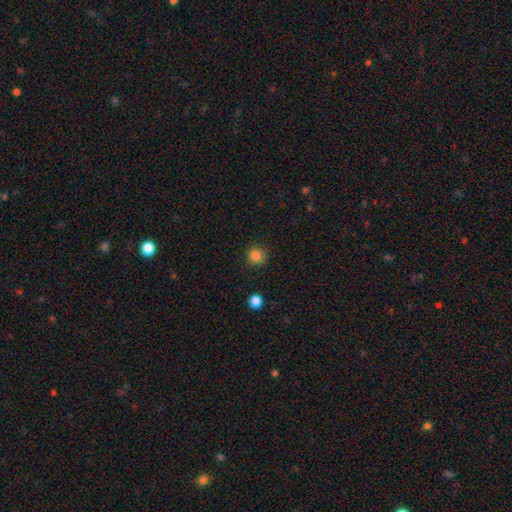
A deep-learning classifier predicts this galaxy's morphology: Smooth or featured? Predicted: smooth (p=0.85). How rounded? Predicted: round (p=0.92). Merging? Predicted: none (p=0.88).